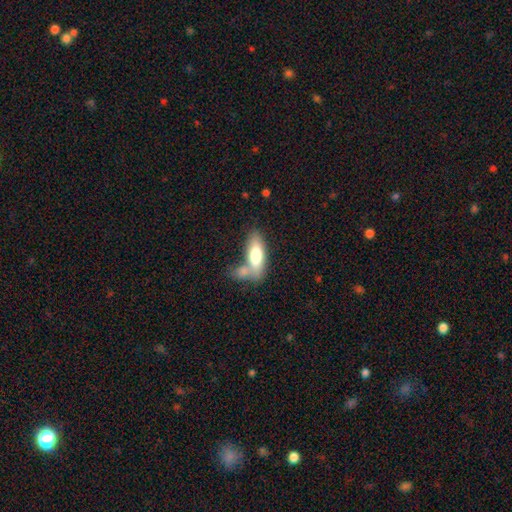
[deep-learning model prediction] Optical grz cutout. It shows a smooth galaxy with no disk features (72%) that is in between round and cigar-shaped (68%). Merging: none (42%).